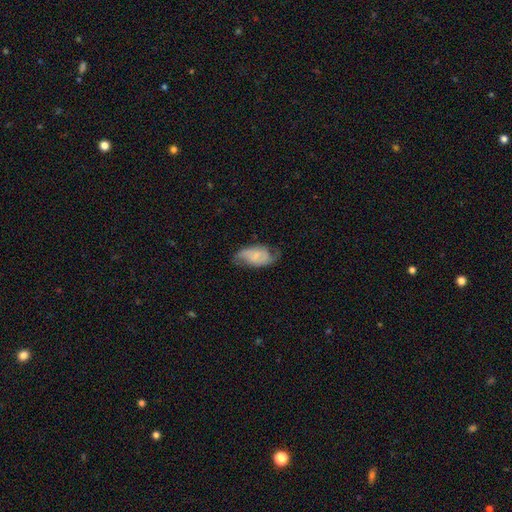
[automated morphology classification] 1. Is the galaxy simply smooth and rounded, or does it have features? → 56% featured or disk, 36% smooth, 7% star or artifact.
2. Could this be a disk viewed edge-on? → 96% no, 4% yes.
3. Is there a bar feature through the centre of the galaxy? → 53% no, 37% weak, 10% strong.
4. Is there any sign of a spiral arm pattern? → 88% yes, 12% no.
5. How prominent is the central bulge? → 49% small, 28% none, 18% moderate, 4% large, 2% dominant.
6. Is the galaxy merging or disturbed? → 58% none, 27% minor disturbance, 13% major disturbance, 2% merger.